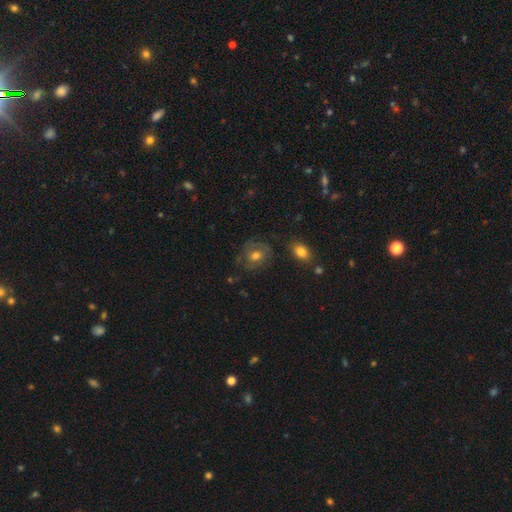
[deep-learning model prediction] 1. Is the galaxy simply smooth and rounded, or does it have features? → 47% featured or disk, 43% smooth, 9% star or artifact.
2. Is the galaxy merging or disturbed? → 64% none, 22% minor disturbance, 12% major disturbance, 2% merger.